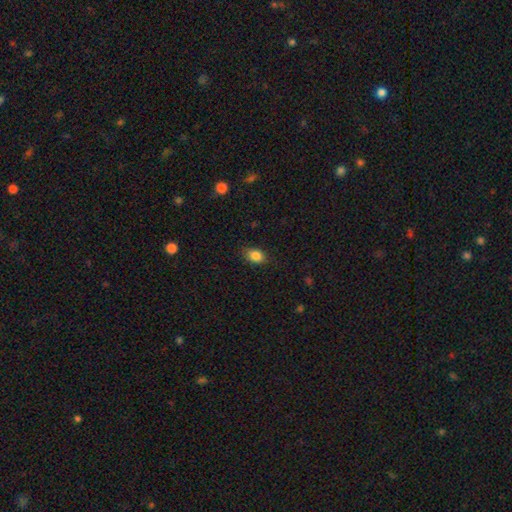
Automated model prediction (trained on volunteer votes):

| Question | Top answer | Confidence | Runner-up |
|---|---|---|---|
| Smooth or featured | smooth | 85% | star or artifact (9%) |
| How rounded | in between | 73% | round (25%) |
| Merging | none | 82% | minor disturbance (14%) |